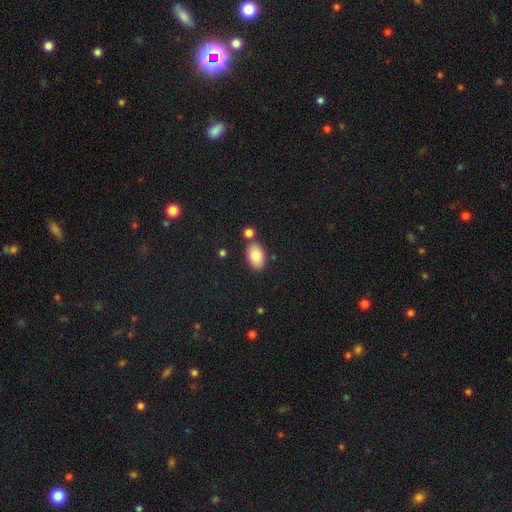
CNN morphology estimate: smooth_or_featured: smooth (p=0.82) [alt: featured or disk p=0.10]
how_rounded: in between (p=0.91) [alt: round p=0.08]
merging: none (p=0.76) [alt: merger p=0.12]